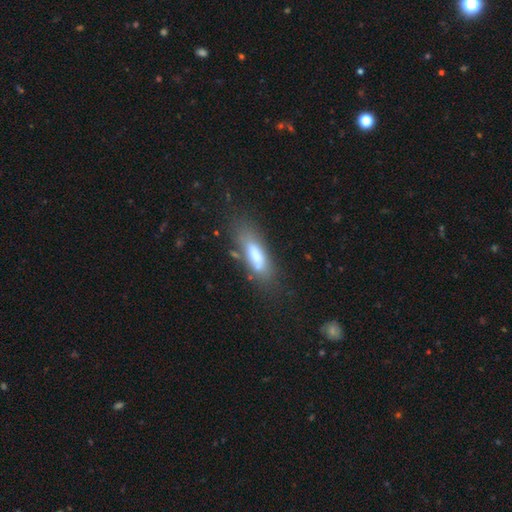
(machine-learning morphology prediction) Smooth or featured? smooth (67%)
How rounded? in between (57%)
Merging? none (59%)